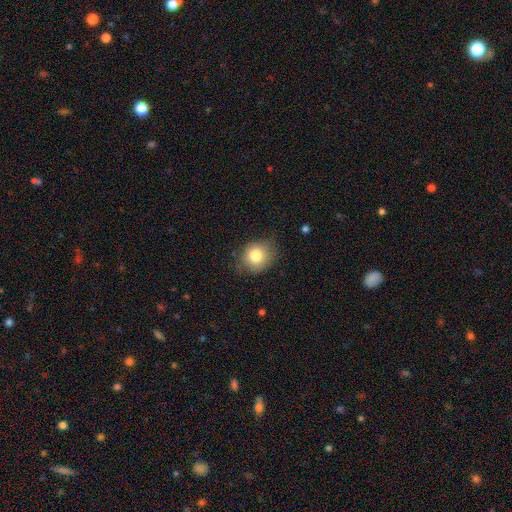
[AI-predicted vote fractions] Smooth or featured? smooth (81%)
How rounded? round (74%)
Merging? none (73%)